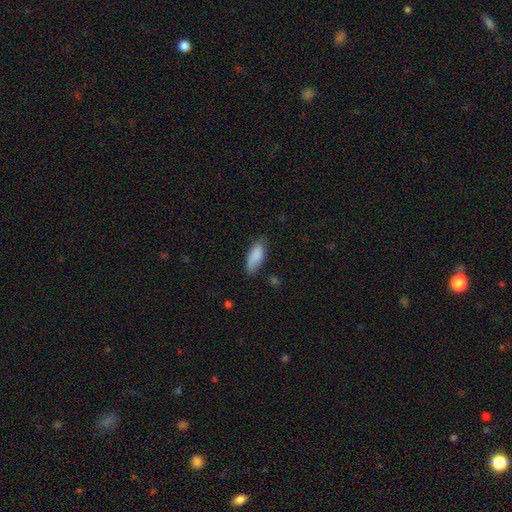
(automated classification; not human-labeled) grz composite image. It shows a smooth galaxy with no disk features (84%) that is in between round and cigar-shaped (83%). Merging: none (67%).